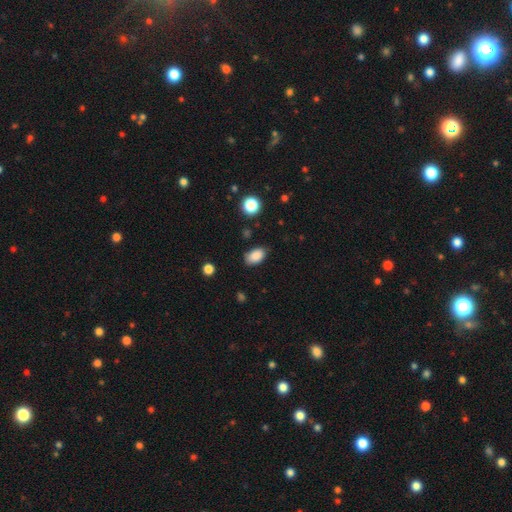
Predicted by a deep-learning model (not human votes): The model was most divided on "merging": none: 82%, minor disturbance: 14%, major disturbance: 3%, merger: 2%. More confident: how rounded — in between (90%); smooth or featured — smooth (87%).